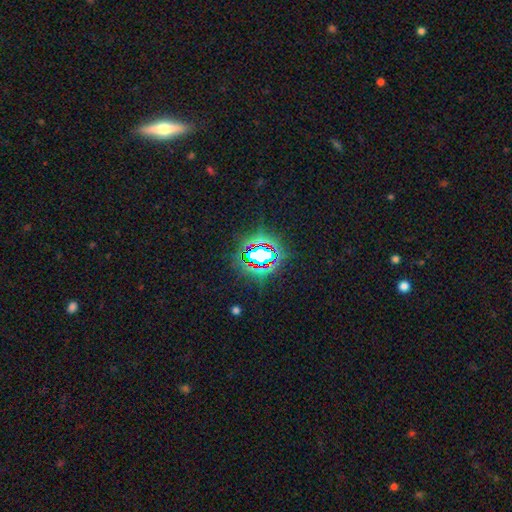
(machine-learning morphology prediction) Smooth or featured? Predicted: star or artifact (p=0.78).